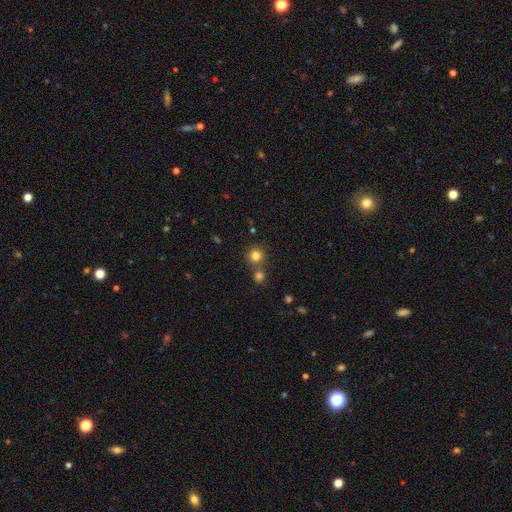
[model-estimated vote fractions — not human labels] The model was most divided on "merging": none: 66%, merger: 24%, minor disturbance: 7%, major disturbance: 3%. More confident: how rounded — round (91%); smooth or featured — smooth (79%).